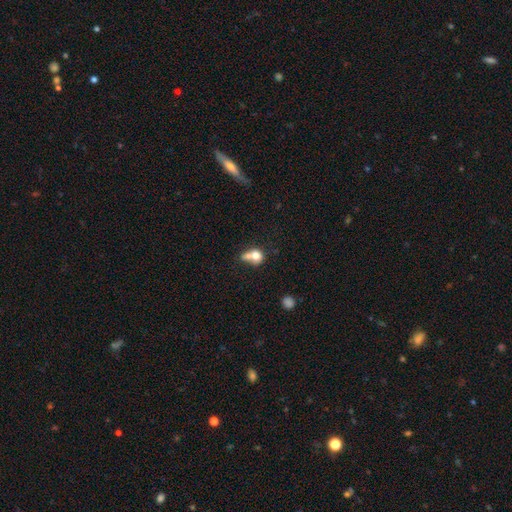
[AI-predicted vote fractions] Morphology: type=smooth (71%); roundness=round (65%); merging=merger (57%).